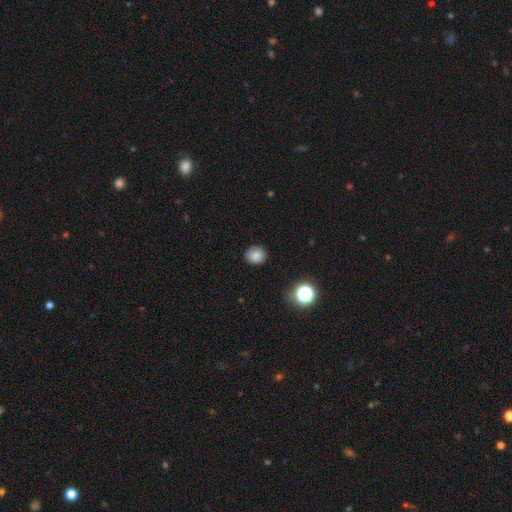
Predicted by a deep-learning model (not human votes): Smooth or featured?
  - smooth: 83% *
  - star or artifact: 12%
  - featured or disk: 5%
How rounded?
  - round: 80% *
  - in between: 19%
  - cigar-shaped: 1%
Merging?
  - none: 85% *
  - minor disturbance: 11%
  - major disturbance: 3%
  - merger: 1%